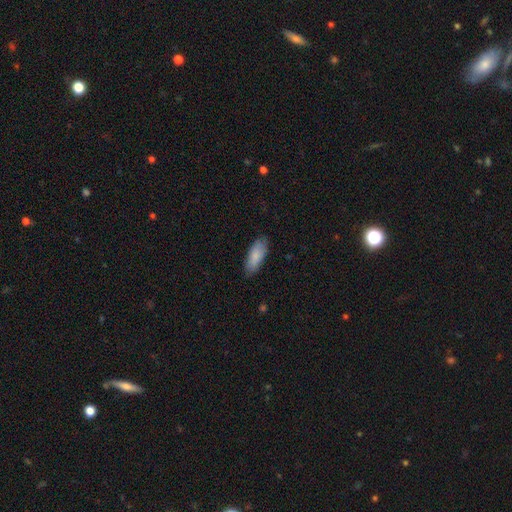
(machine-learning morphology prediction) type=smooth (83%); roundness=in between (78%); merging=none (83%).